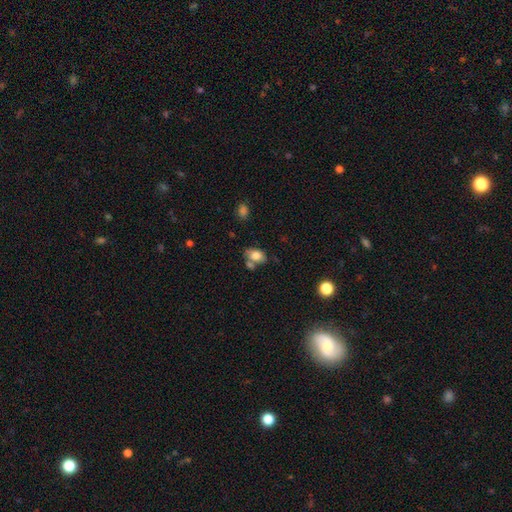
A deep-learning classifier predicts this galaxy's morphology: Smooth or featured? Predicted: smooth (p=0.77). How rounded? Predicted: in between (p=0.81). Merging? Predicted: none (p=0.47).